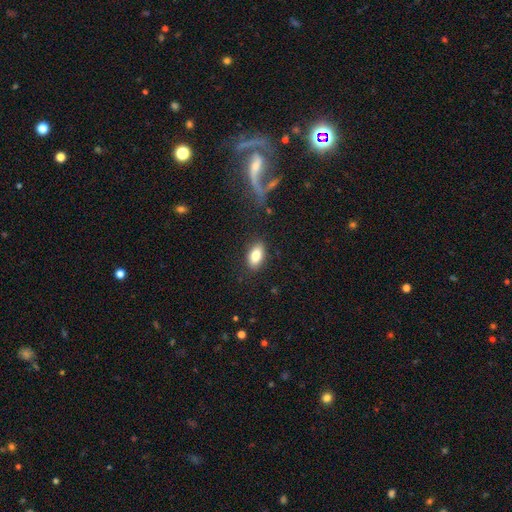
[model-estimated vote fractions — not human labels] smooth_or_featured: smooth (p=0.82) [alt: featured or disk p=0.10]
how_rounded: in between (p=0.90) [alt: round p=0.05]
merging: none (p=0.86) [alt: minor disturbance p=0.10]